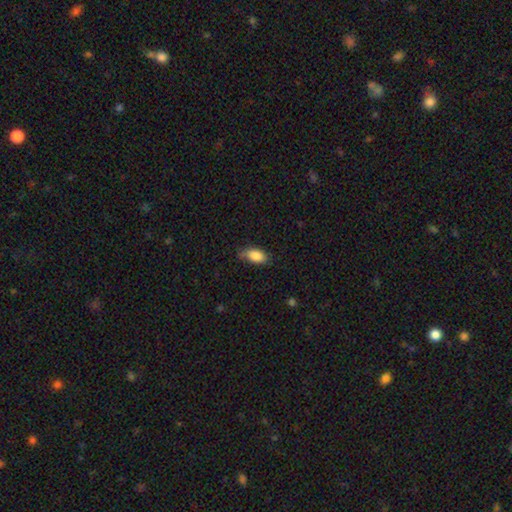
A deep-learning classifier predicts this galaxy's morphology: A smooth galaxy with no disk features (86%) that is in between round and cigar-shaped (91%). Merging: none (67%).